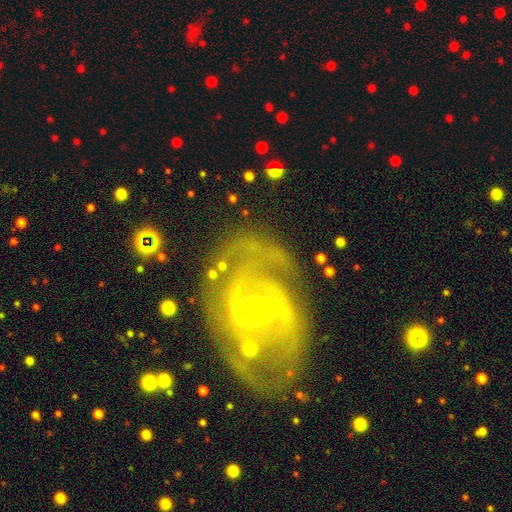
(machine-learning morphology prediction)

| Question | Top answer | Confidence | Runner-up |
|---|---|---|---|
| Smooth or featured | featured or disk | 84% | star or artifact (9%) |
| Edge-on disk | no | 96% | yes (4%) |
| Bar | weak | 45% | strong (31%) |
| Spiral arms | yes | 89% | no (11%) |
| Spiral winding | medium | 45% | tight (30%) |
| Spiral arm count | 2 | 58% | can't tell (21%) |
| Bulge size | small | 78% | moderate (15%) |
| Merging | none | 64% | minor disturbance (18%) |